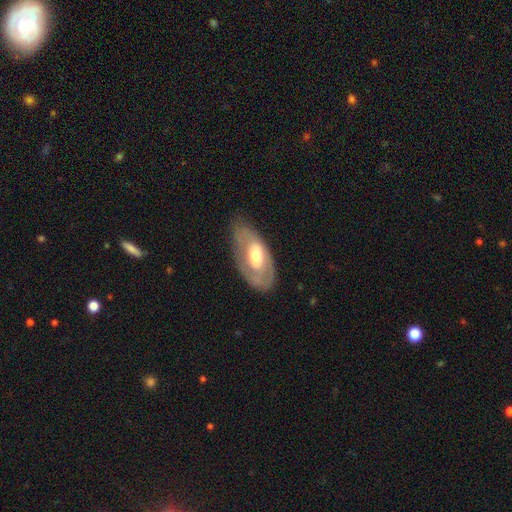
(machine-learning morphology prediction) The model was most divided on "smooth or featured": featured or disk: 52%, smooth: 42%, star or artifact: 6%. More confident: edge-on disk — no (87%); merging — none (66%).